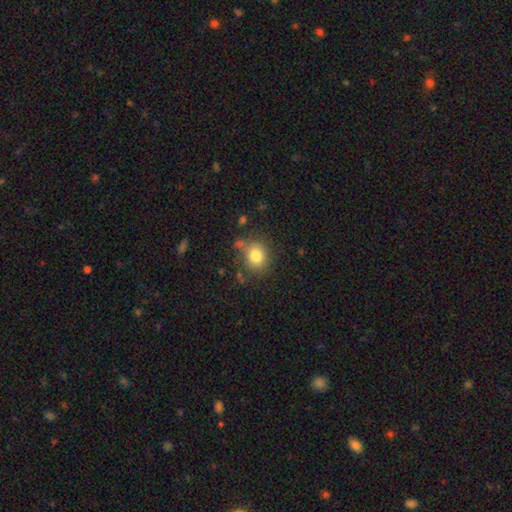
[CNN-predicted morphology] Q: Smooth or featured?
A: smooth (81%); runner-up: star or artifact (11%)
Q: How rounded?
A: round (68%); runner-up: in between (31%)
Q: Merging?
A: none (74%); runner-up: minor disturbance (15%)